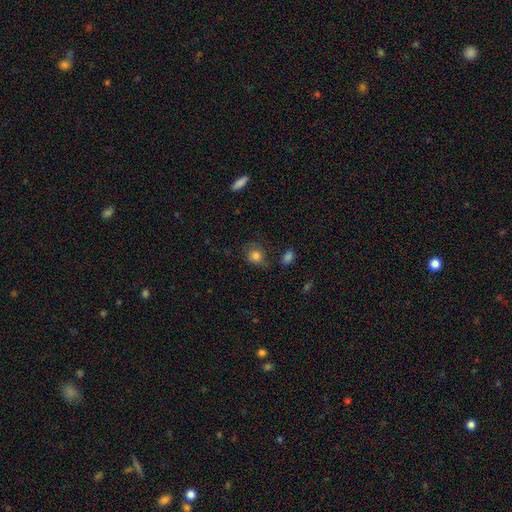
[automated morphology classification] type=smooth (83%); roundness=round (80%); merging=none (67%).